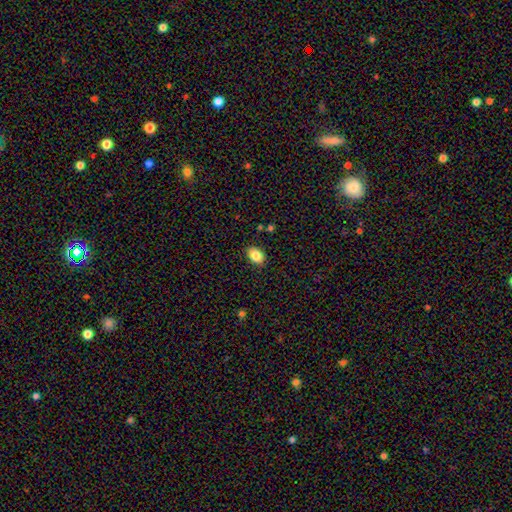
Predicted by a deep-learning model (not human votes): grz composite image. It shows a smooth galaxy with no disk features (85%) that is in between round and cigar-shaped (80%). Merging: none (87%).